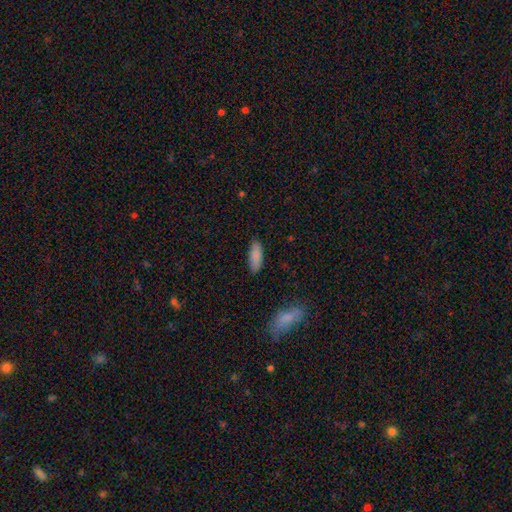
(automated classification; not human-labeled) A smooth galaxy with no disk features (88%) that is in between round and cigar-shaped (74%).

Vote fractions:
- Smooth or featured? smooth: 88% / star or artifact: 7% / featured or disk: 6%
- How rounded? in between: 74% / cigar-shaped: 24% / round: 2%
- Merging? none: 85% / minor disturbance: 11% / major disturbance: 2% / merger: 2%